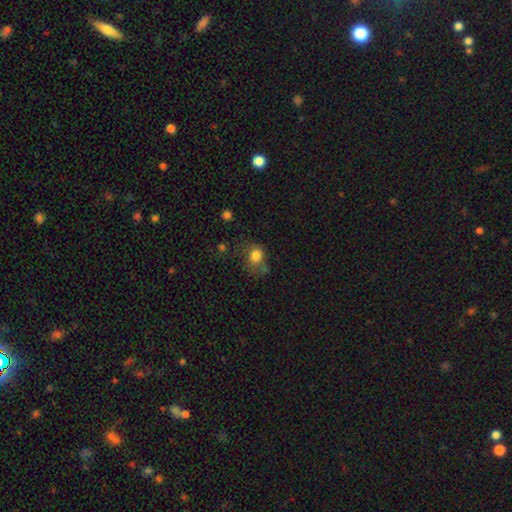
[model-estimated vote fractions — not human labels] Q: Smooth or featured?
A: smooth (79%); runner-up: star or artifact (12%)
Q: How rounded?
A: round (63%); runner-up: in between (36%)
Q: Merging?
A: none (47%); runner-up: minor disturbance (27%)